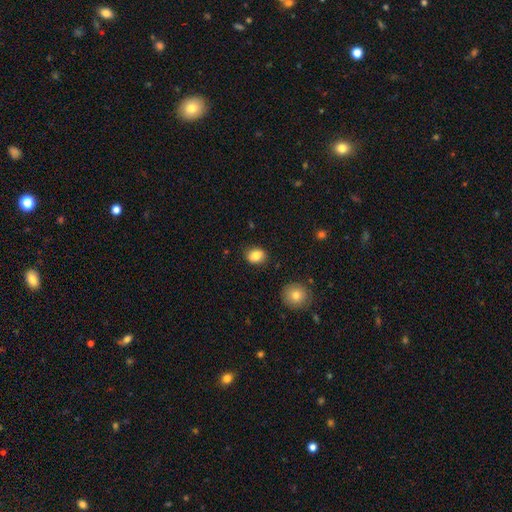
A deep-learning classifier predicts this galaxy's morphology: The model was most divided on "how rounded": in between: 57%, round: 42%, cigar-shaped: 1%. More confident: merging — none (87%); smooth or featured — smooth (86%).